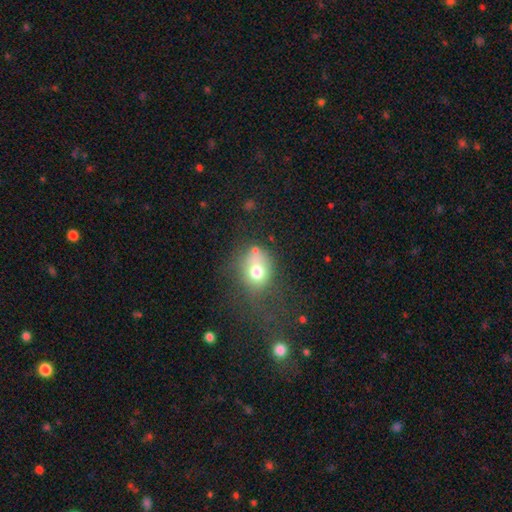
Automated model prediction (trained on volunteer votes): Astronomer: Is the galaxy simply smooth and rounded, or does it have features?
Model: smooth — 71%.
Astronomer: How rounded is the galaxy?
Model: round — 53% (runner-up: in between, 46%).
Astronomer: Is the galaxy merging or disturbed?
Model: none — 46% (runner-up: minor disturbance, 23%).